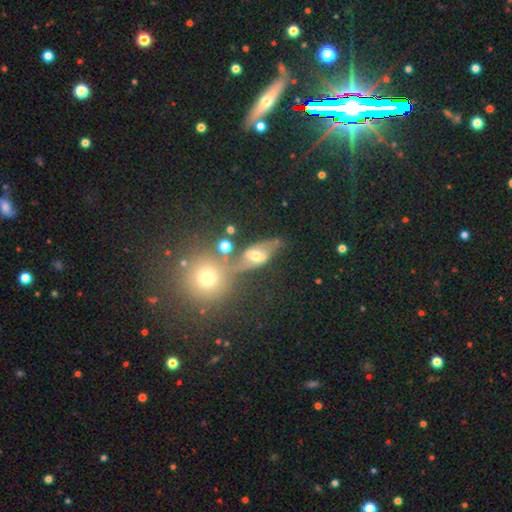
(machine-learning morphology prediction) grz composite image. It shows a featured or disk galaxy (50%). Merging: none (43%).